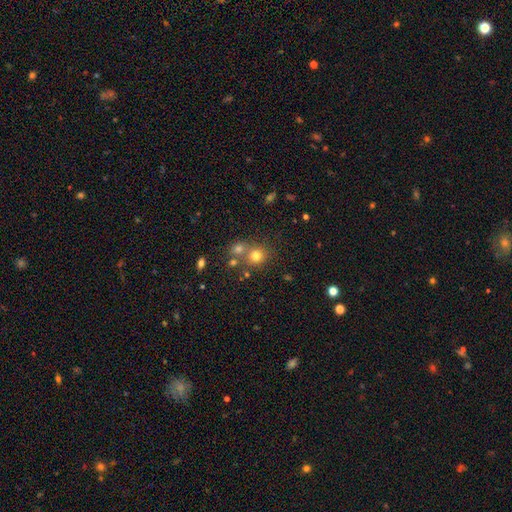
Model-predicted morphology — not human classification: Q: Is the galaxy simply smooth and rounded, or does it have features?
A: smooth — 75%.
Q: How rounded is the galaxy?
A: round — 85%.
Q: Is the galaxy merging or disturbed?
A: none — 59%.